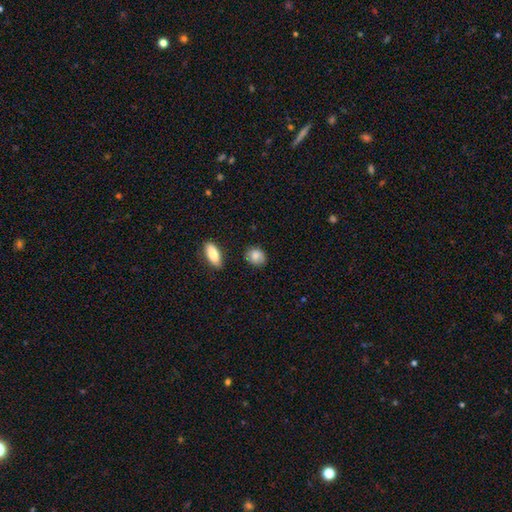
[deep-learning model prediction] The model was most divided on "how rounded": round: 54%, in between: 44%, cigar-shaped: 2%. More confident: smooth or featured — smooth (85%); merging — none (79%).